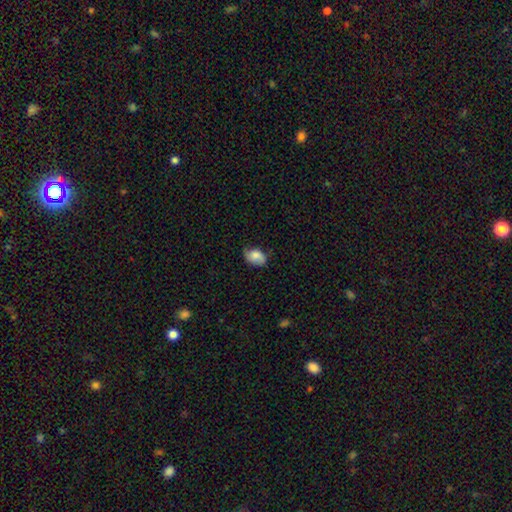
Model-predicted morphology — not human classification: Smooth or featured?
  - smooth: 76% *
  - featured or disk: 16%
  - star or artifact: 8%
How rounded?
  - in between: 85% *
  - round: 14%
  - cigar-shaped: 1%
Merging?
  - none: 62% *
  - minor disturbance: 30%
  - major disturbance: 7%
  - merger: 1%